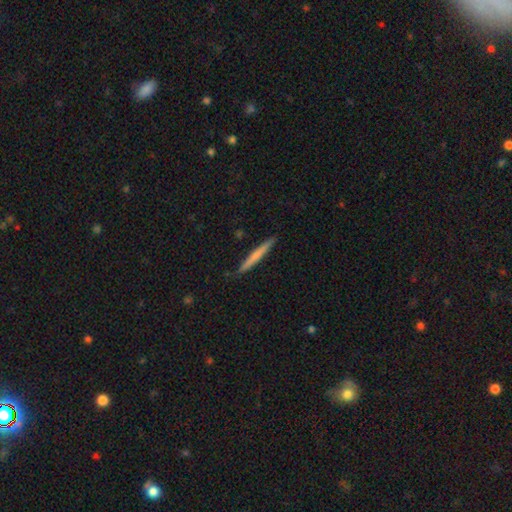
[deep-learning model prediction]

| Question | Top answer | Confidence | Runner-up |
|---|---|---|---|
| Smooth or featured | smooth | 61% | featured or disk (33%) |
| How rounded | cigar-shaped | 97% | in between (2%) |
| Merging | none | 90% | minor disturbance (8%) |